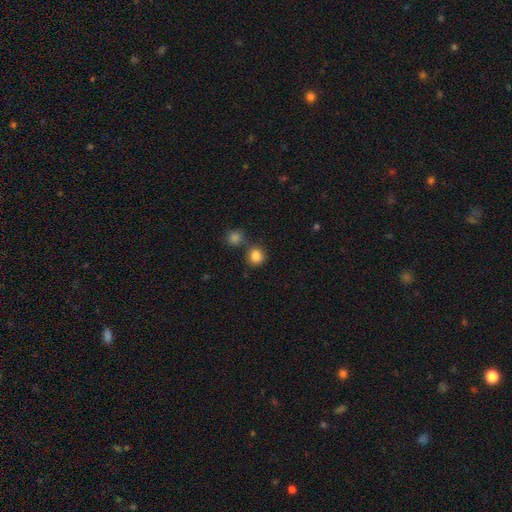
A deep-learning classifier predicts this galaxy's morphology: smooth_or_featured: smooth (p=0.85) [alt: star or artifact p=0.11]
how_rounded: round (p=0.81) [alt: in between p=0.18]
merging: none (p=0.66) [alt: merger p=0.21]